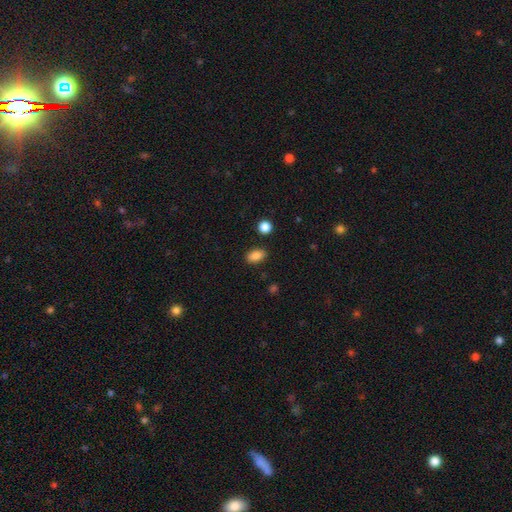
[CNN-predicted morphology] Q: Smooth or featured?
A: smooth (87%); runner-up: star or artifact (9%)
Q: How rounded?
A: in between (87%); runner-up: round (10%)
Q: Merging?
A: none (87%); runner-up: minor disturbance (9%)